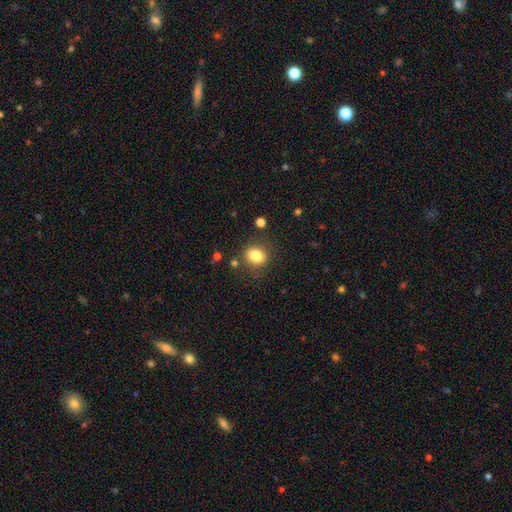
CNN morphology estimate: This appears to be a smooth galaxy with no disk features (82%) that is round (56%). Merging: none (82%).